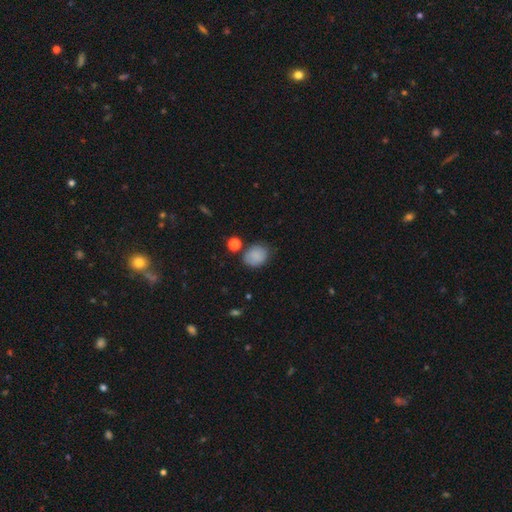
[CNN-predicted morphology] Smooth or featured? smooth (82%)
How rounded? round (53%)
Merging? none (70%)